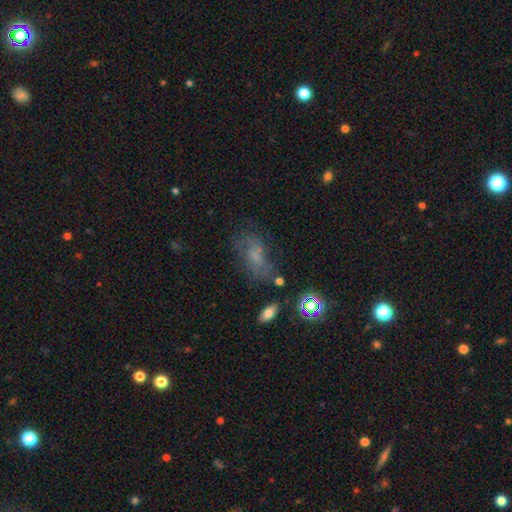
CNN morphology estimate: type=featured or disk (40%); merging=none (50%).